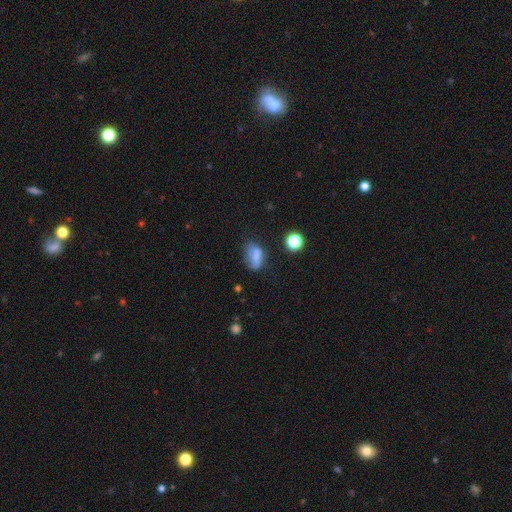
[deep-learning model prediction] Morphology: type=smooth (71%); roundness=in between (81%); merging=none (48%).